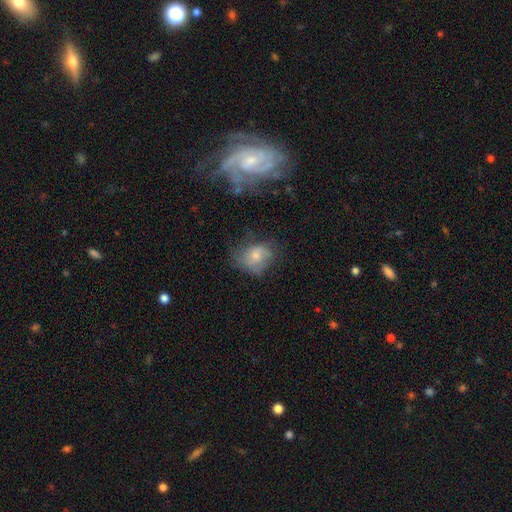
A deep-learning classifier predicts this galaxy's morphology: Smooth or featured: smooth — 63% (featured or disk — 26%)
How rounded: in between — 53% (round — 46%)
Merging: none — 44% (minor disturbance — 30%)